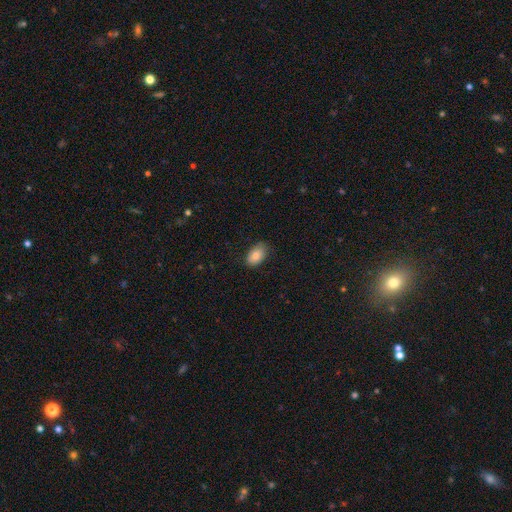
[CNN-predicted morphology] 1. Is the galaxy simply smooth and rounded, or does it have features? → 80% smooth, 12% featured or disk, 8% star or artifact.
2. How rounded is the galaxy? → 89% in between, 10% round, 1% cigar-shaped.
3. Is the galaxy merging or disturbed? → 79% none, 17% minor disturbance, 3% major disturbance, 1% merger.